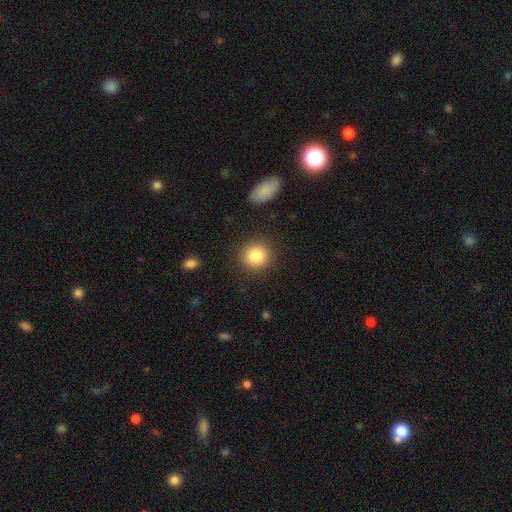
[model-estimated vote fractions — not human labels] smooth-or-featured: smooth: 85% | star or artifact: 9% | featured or disk: 6%
  how-rounded: round: 89% | in between: 10% | cigar-shaped: 1%
  merging: none: 89% | minor disturbance: 7% | major disturbance: 3% | merger: 2%